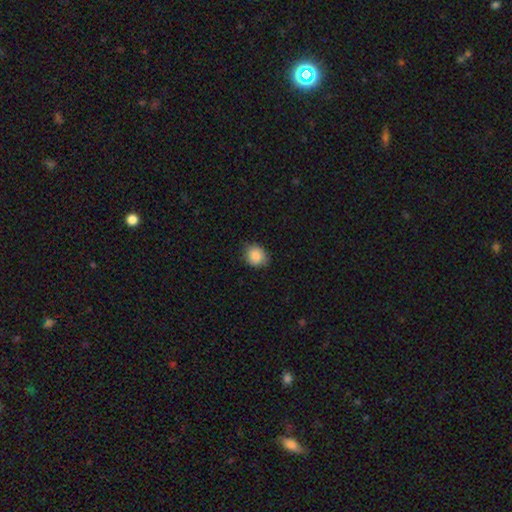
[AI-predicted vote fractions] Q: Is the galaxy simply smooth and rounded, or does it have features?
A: smooth — 86%.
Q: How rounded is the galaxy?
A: round — 70%.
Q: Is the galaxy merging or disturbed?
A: none — 82%.